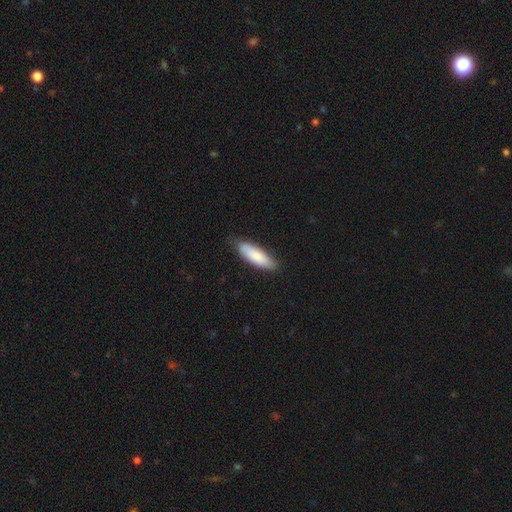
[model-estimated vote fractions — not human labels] This appears to be a smooth galaxy with no disk features (82%) that is in between round and cigar-shaped (52%). Merging: none (79%).